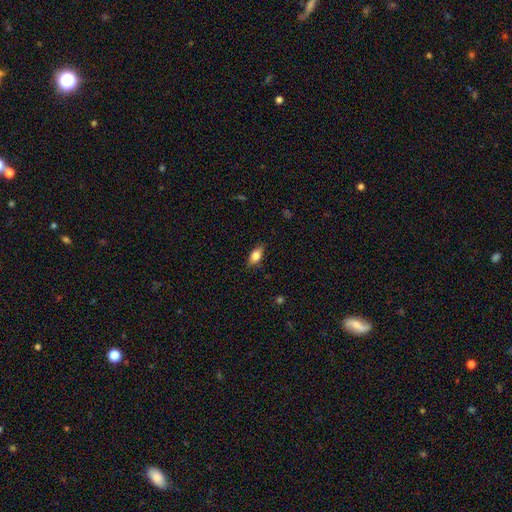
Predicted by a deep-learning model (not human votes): This appears to be a smooth galaxy with no disk features (74%) that is in between round and cigar-shaped (82%). Merging: none (82%).